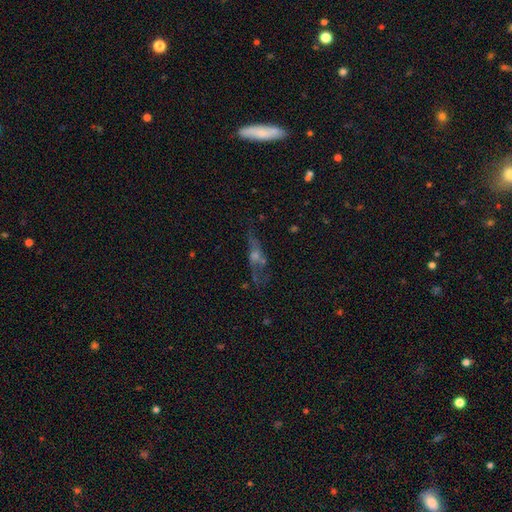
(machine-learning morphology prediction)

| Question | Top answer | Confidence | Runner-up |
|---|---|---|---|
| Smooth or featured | featured or disk | 50% | smooth (28%) |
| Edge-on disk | yes | 50% | tied: no (50%) |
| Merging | none | 55% | minor disturbance (20%) |